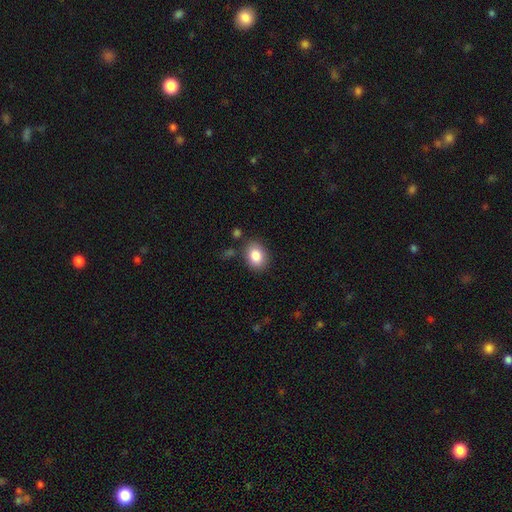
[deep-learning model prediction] smooth-or-featured: smooth: 85% | star or artifact: 8% | featured or disk: 7%
  how-rounded: in between: 68% | round: 31% | cigar-shaped: 1%
  merging: none: 83% | minor disturbance: 11% | merger: 3% | major disturbance: 3%